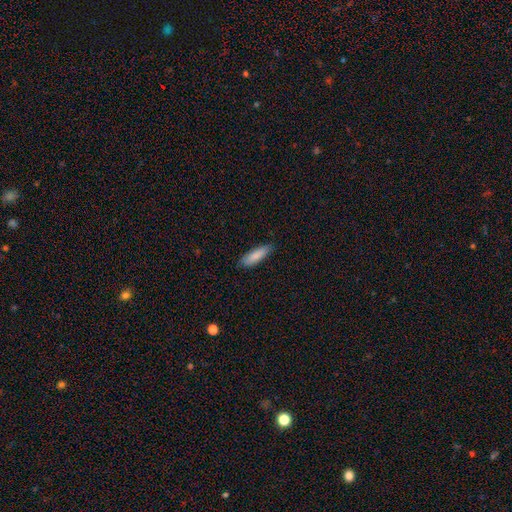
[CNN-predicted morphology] A smooth galaxy with no disk features (86%) that is cigar-shaped (58%). Merging: none (83%).